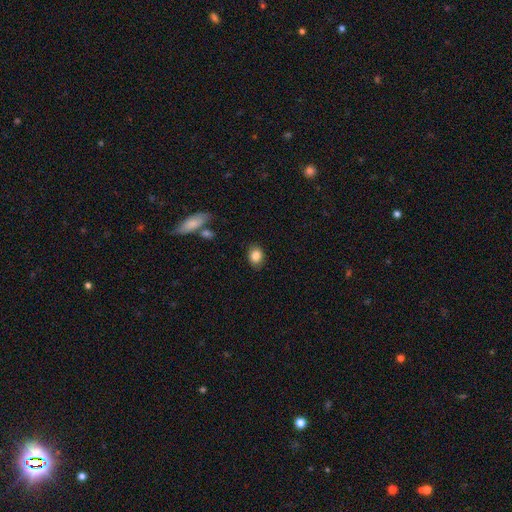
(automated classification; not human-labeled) Morphology: type=smooth (85%); roundness=in between (59%); merging=none (83%).